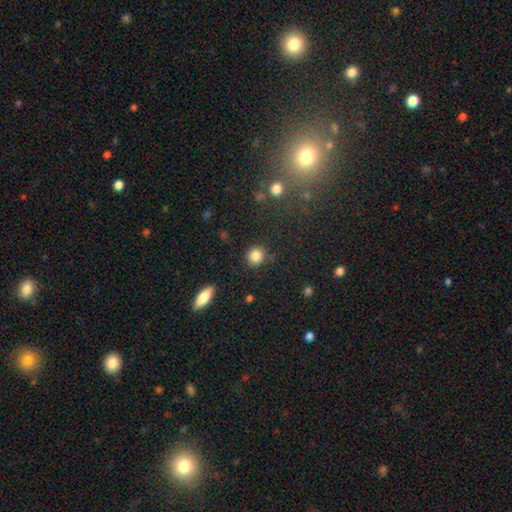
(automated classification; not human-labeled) A smooth galaxy with no disk features (86%) that is round (87%).

Vote fractions:
- Smooth or featured? smooth: 86% / star or artifact: 10% / featured or disk: 4%
- How rounded? round: 87% / in between: 12% / cigar-shaped: 1%
- Merging? none: 84% / minor disturbance: 11% / major disturbance: 3% / merger: 2%